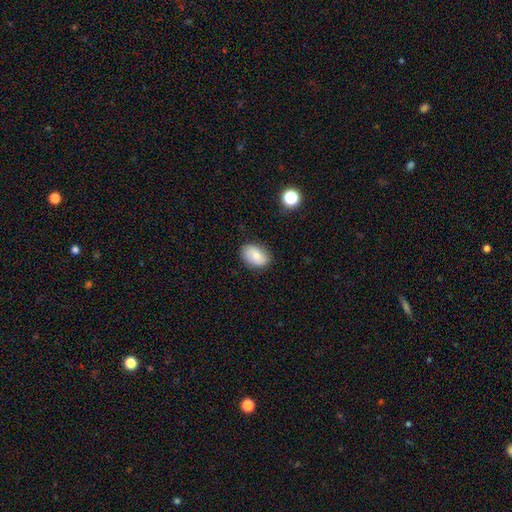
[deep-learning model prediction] The model was most divided on "smooth or featured": smooth: 73%, featured or disk: 19%, star or artifact: 8%. More confident: merging — none (83%); how rounded — in between (82%).